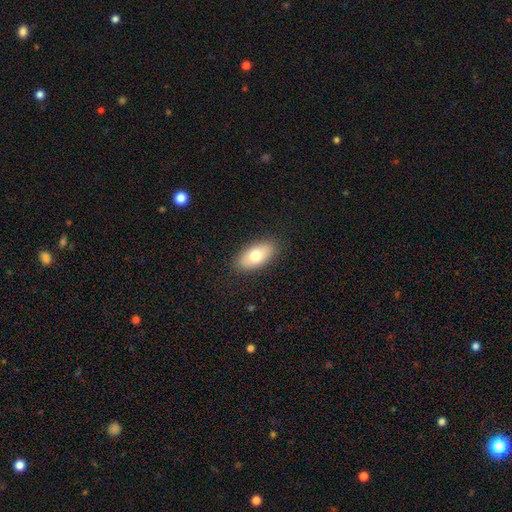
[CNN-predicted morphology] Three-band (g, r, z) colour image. It shows a smooth galaxy with no disk features (74%) that is in between round and cigar-shaped (91%). Merging: none (87%).